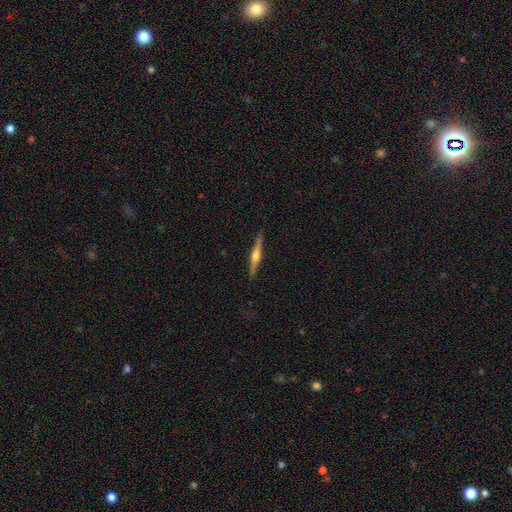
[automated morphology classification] Smooth or featured? featured or disk (71%)
Edge-on disk? yes (98%)
Edge-on bulge? rounded (91%)
Merging? none (90%)